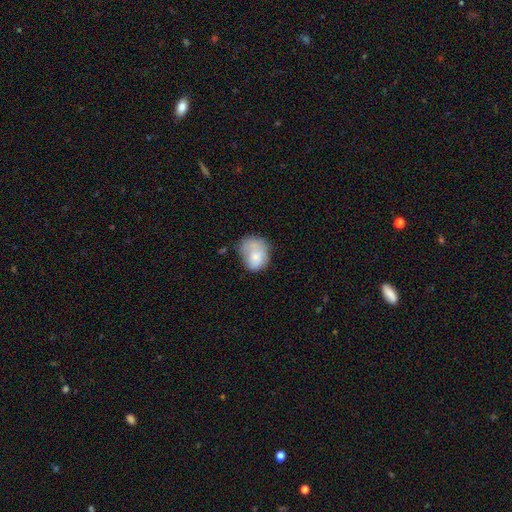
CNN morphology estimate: A smooth galaxy with no disk features (71%) that is in between round and cigar-shaped (55%).

Vote fractions:
- Smooth or featured? smooth: 71% / featured or disk: 21% / star or artifact: 8%
- How rounded? in between: 55% / round: 44% / cigar-shaped: 1%
- Merging? none: 36% / minor disturbance: 35% / major disturbance: 20% / merger: 10%